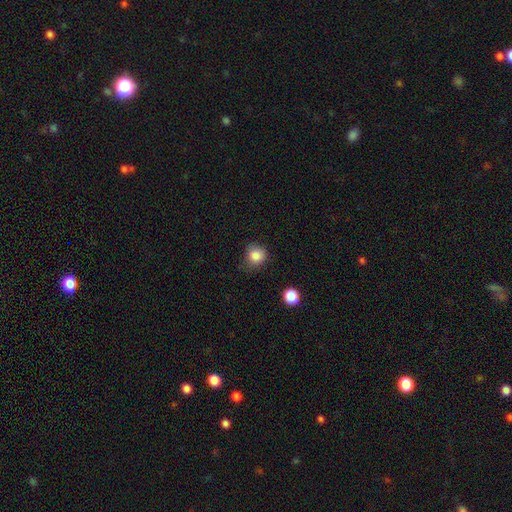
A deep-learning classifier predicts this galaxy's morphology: smooth 84%, star or artifact 11%, featured or disk 5%. Down the decision tree: how rounded — round (85%); merging — none (69%).